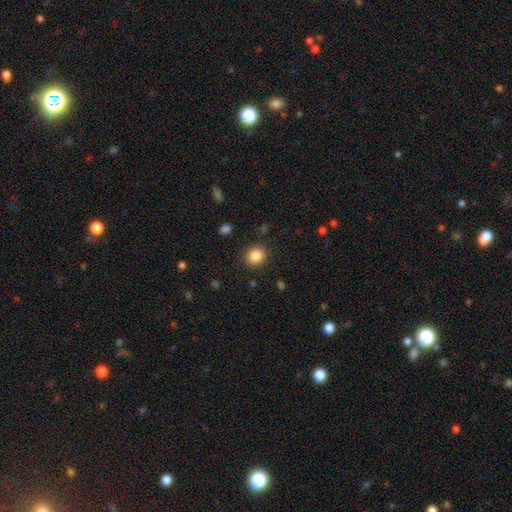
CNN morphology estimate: A smooth galaxy with no disk features (86%) that is round (73%). Merging: none (88%).